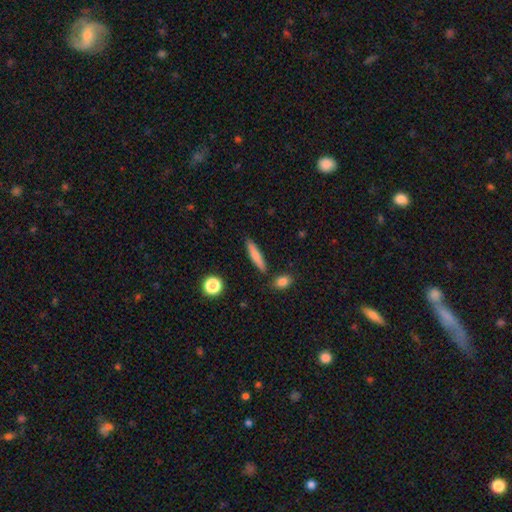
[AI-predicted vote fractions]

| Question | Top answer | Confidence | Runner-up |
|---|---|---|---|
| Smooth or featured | smooth | 76% | featured or disk (17%) |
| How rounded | cigar-shaped | 83% | in between (15%) |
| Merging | none | 85% | minor disturbance (9%) |